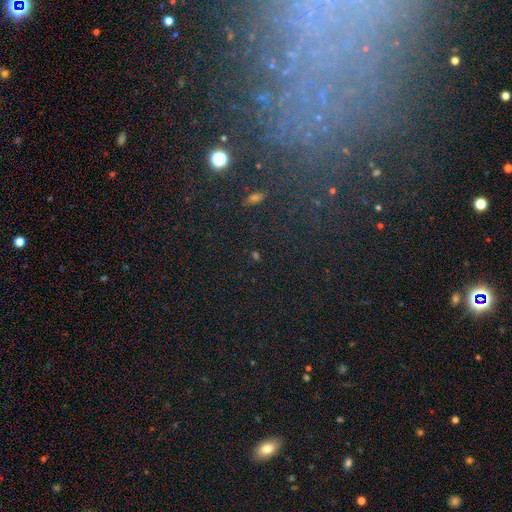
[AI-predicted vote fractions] star or artifact 63%, smooth 25%, featured or disk 12%.